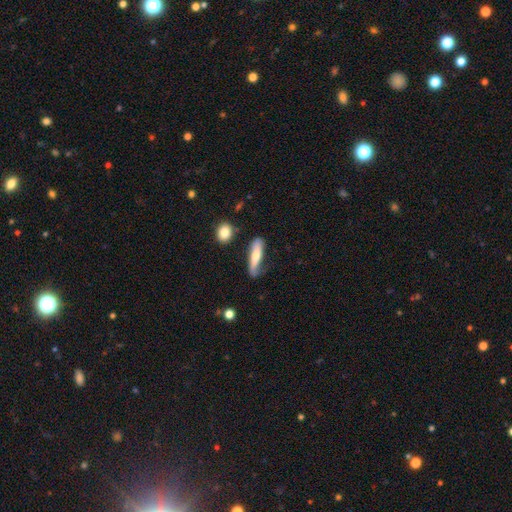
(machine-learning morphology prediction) Smooth or featured? Predicted: smooth (p=0.60). How rounded? Predicted: cigar-shaped (p=0.70). Merging? Predicted: none (p=0.54).